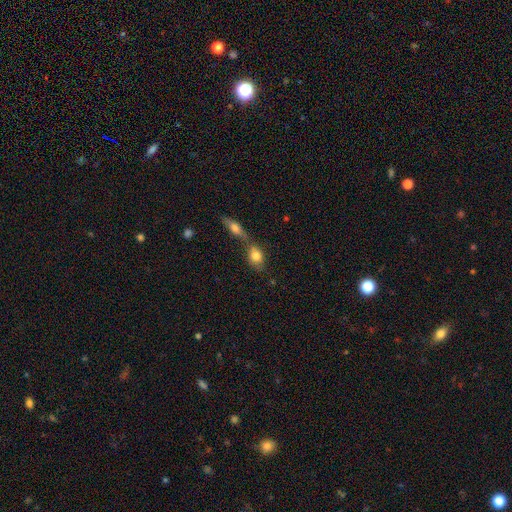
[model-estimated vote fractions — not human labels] Smooth or featured? smooth (79%)
How rounded? in between (66%)
Merging? merger (48%)